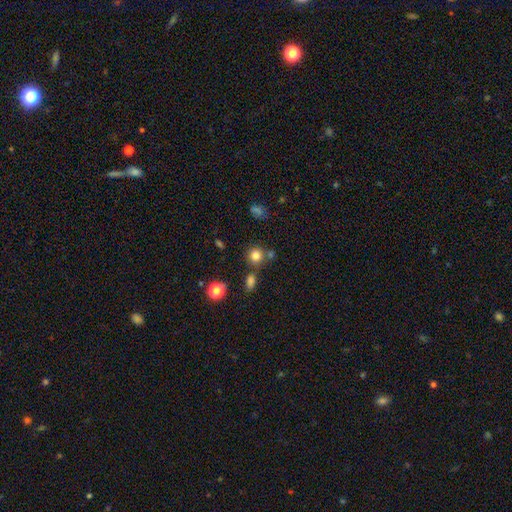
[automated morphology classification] Smooth or featured: smooth — 80% (star or artifact — 14%)
How rounded: round — 88% (in between — 11%)
Merging: none — 71% (merger — 15%)